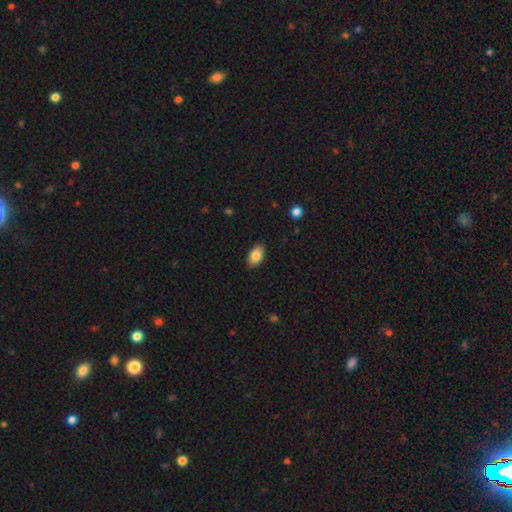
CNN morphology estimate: A smooth galaxy with no disk features (83%) that is in between round and cigar-shaped (93%). Merging: none (88%).